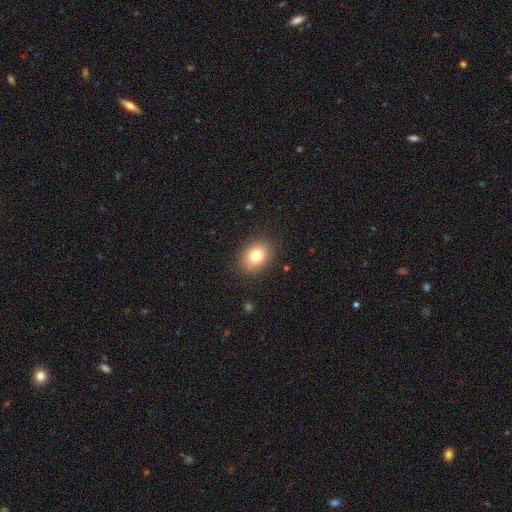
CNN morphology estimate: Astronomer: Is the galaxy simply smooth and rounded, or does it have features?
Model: smooth — 80%.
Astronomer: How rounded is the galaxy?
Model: in between — 61% (runner-up: round, 38%).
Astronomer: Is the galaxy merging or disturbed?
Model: none — 86%.